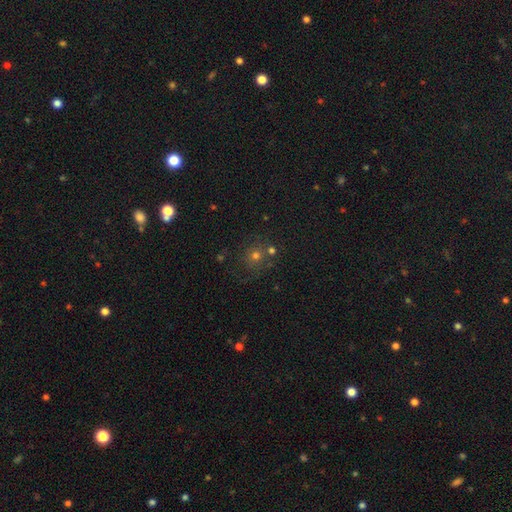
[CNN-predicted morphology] smooth-or-featured: smooth: 59% | star or artifact: 29% | featured or disk: 12%
  how-rounded: round: 89% | in between: 10% | cigar-shaped: 1%
  merging: none: 72% | merger: 12% | minor disturbance: 11% | major disturbance: 5%